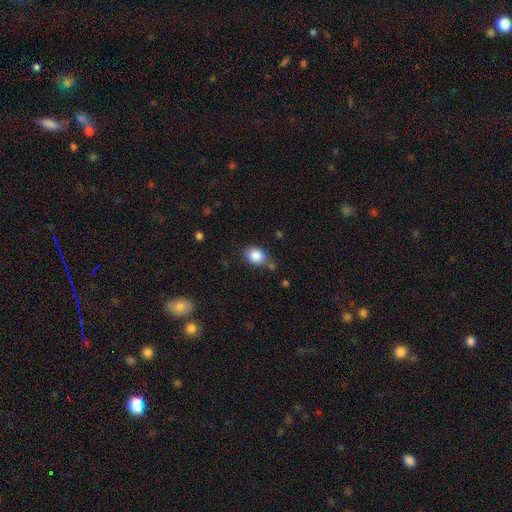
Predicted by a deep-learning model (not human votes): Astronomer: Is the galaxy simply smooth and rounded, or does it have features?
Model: smooth — 86%.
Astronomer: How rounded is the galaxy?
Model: in between — 60% (runner-up: round, 39%).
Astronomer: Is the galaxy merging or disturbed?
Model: none — 68%.